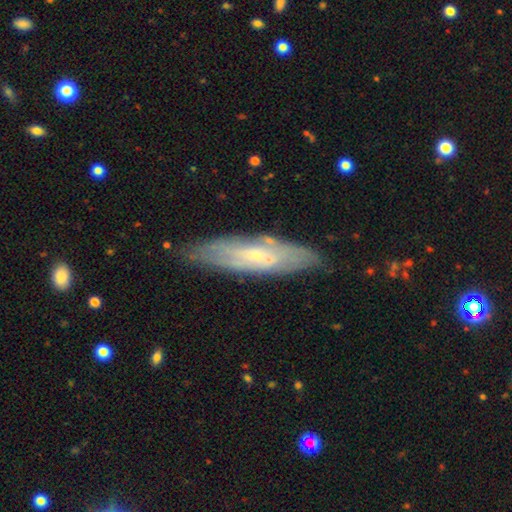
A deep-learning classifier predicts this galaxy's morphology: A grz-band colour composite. It shows a featured or disk galaxy (61%). Merging: none (79%).